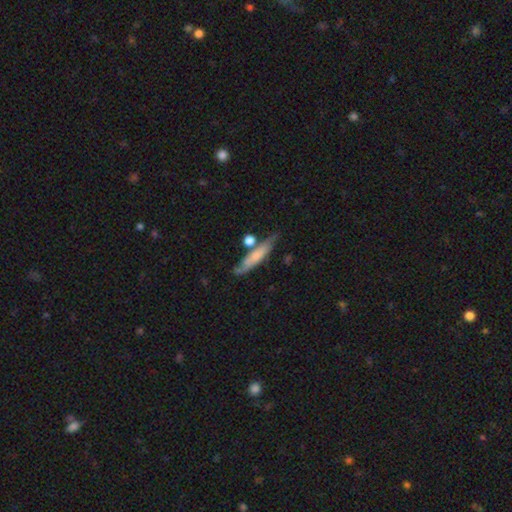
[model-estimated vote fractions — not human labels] smooth 56%, featured or disk 37%, star or artifact 6%. Down the decision tree: how rounded — cigar-shaped (85%); merging — none (63%).